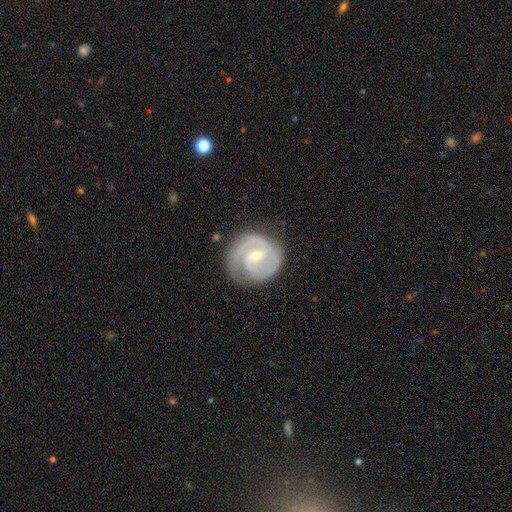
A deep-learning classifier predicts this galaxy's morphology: This appears to be a featured or disk galaxy (85%) with a weak bar (48%), 2 (68%) tight (54%) spiral arms (94%) and a small central bulge (60%). Merging: none (72%).